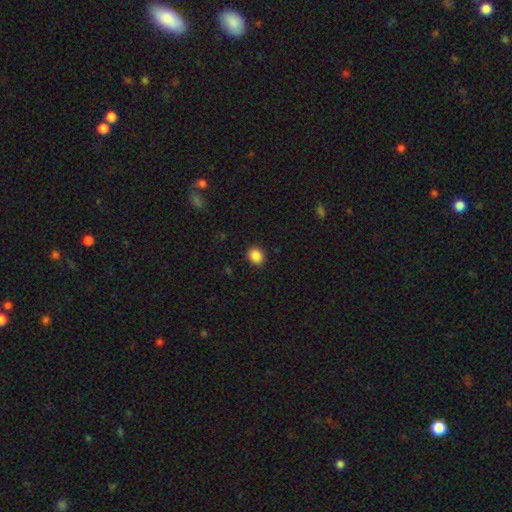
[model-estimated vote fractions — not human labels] Q: Smooth or featured?
A: smooth (88%); runner-up: star or artifact (9%)
Q: How rounded?
A: round (64%); runner-up: in between (35%)
Q: Merging?
A: none (90%); runner-up: minor disturbance (7%)